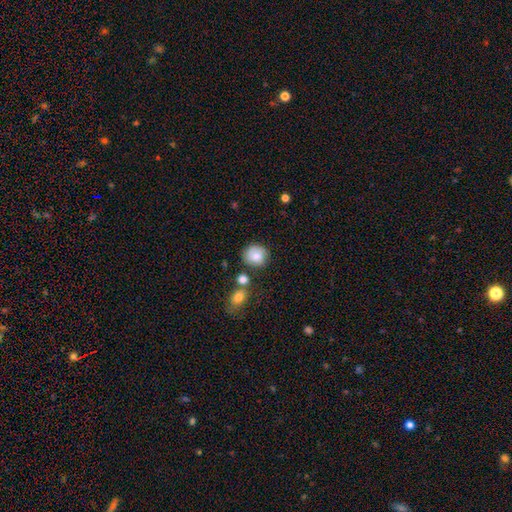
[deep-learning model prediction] smooth_or_featured: smooth (p=0.76) [alt: featured or disk p=0.15]
how_rounded: round (p=0.85) [alt: in between p=0.14]
merging: none (p=0.69) [alt: minor disturbance p=0.17]